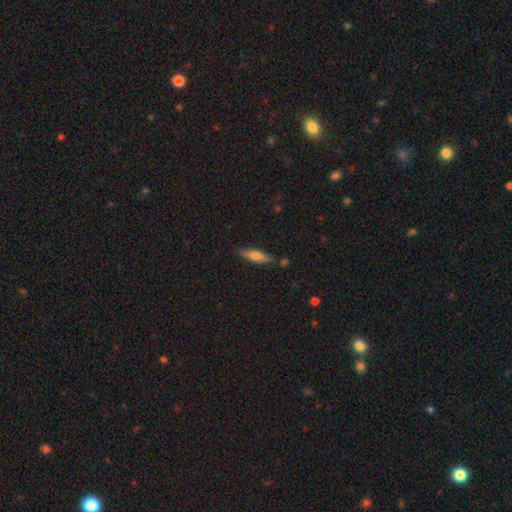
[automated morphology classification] Smooth or featured?
  - smooth: 68% *
  - featured or disk: 25%
  - star or artifact: 7%
How rounded?
  - cigar-shaped: 61% *
  - in between: 37%
  - round: 2%
Merging?
  - none: 76% *
  - minor disturbance: 16%
  - merger: 5%
  - major disturbance: 3%